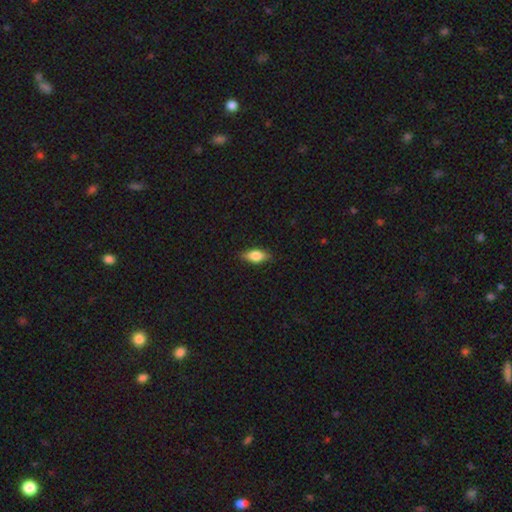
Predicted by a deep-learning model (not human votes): Overall: smooth (74%). How rounded: in between (80%). Merging: none (85%).